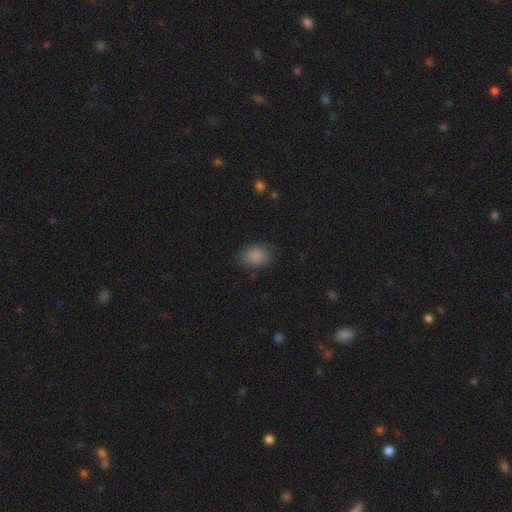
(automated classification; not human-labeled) Smooth or featured?
  - smooth: 86% *
  - star or artifact: 9%
  - featured or disk: 5%
How rounded?
  - in between: 73% *
  - round: 25%
  - cigar-shaped: 1%
Merging?
  - none: 76% *
  - minor disturbance: 18%
  - major disturbance: 5%
  - merger: 1%